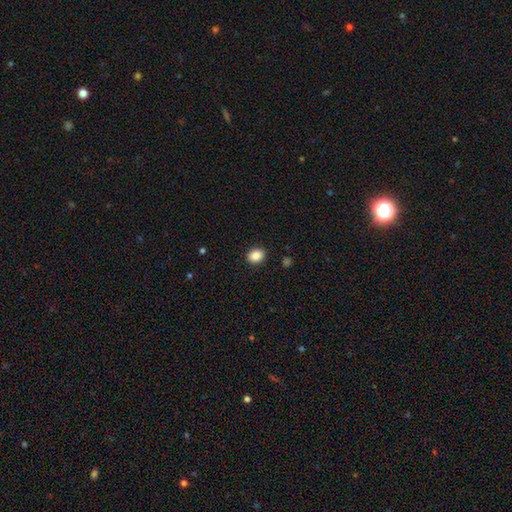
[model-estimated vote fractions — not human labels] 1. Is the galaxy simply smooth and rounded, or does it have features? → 87% smooth, 9% star or artifact, 4% featured or disk.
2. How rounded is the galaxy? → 58% round, 41% in between, 1% cigar-shaped.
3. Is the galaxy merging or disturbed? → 91% none, 6% minor disturbance, 2% major disturbance, 1% merger.